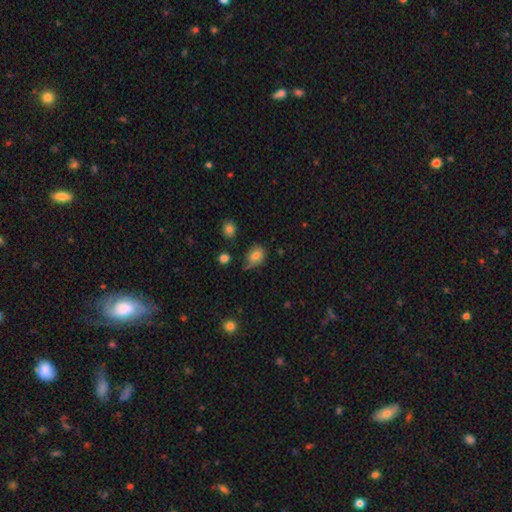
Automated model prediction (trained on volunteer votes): smooth-or-featured: smooth: 79% | featured or disk: 11% | star or artifact: 11%
  how-rounded: in between: 61% | round: 38% | cigar-shaped: 1%
  merging: none: 54% | minor disturbance: 33% | major disturbance: 10% | merger: 4%